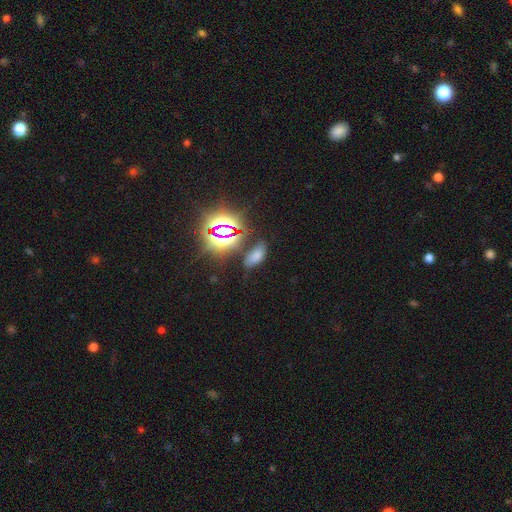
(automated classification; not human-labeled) This appears to be a smooth galaxy with no disk features (55%) that is in between round and cigar-shaped (88%). Merging: none (68%).